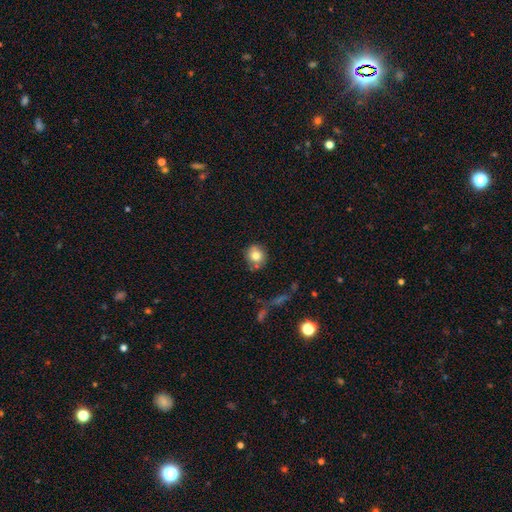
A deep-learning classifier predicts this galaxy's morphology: A smooth galaxy with no disk features (79%) that is round (87%). Merging: none (76%).